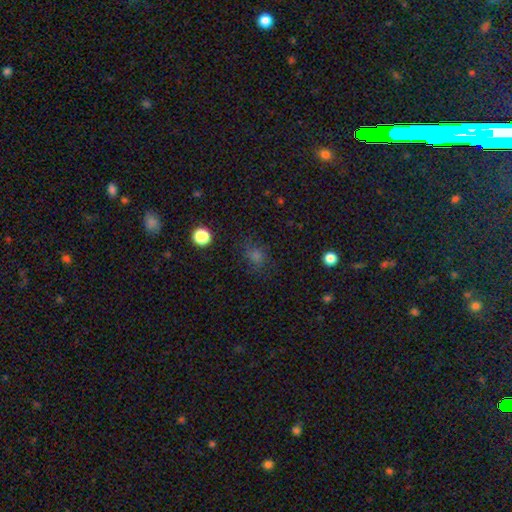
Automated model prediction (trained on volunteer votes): Smooth or featured: smooth — 59% (star or artifact — 31%)
How rounded: round — 64% (in between — 34%)
Merging: none — 76% (minor disturbance — 15%)